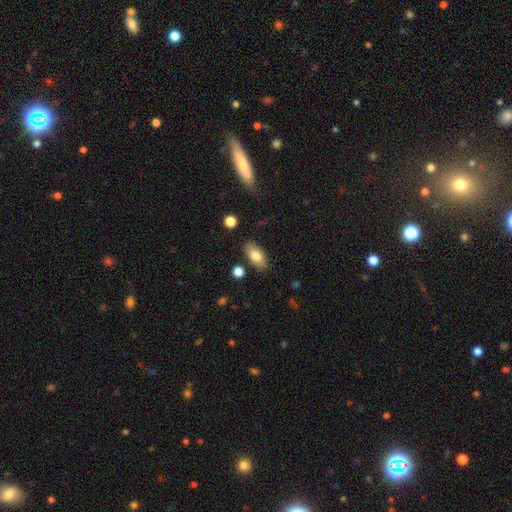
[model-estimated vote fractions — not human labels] Q: Smooth or featured?
A: smooth (79%); runner-up: featured or disk (14%)
Q: How rounded?
A: in between (90%); runner-up: cigar-shaped (7%)
Q: Merging?
A: none (85%); runner-up: minor disturbance (10%)